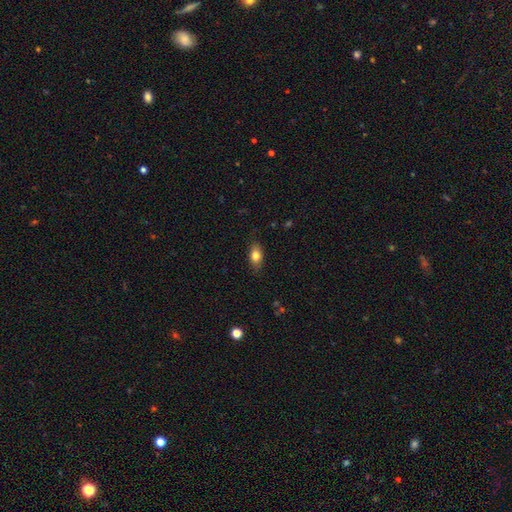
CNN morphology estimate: This appears to be a smooth galaxy with no disk features (78%) that is in between round and cigar-shaped (82%). Merging: none (83%).